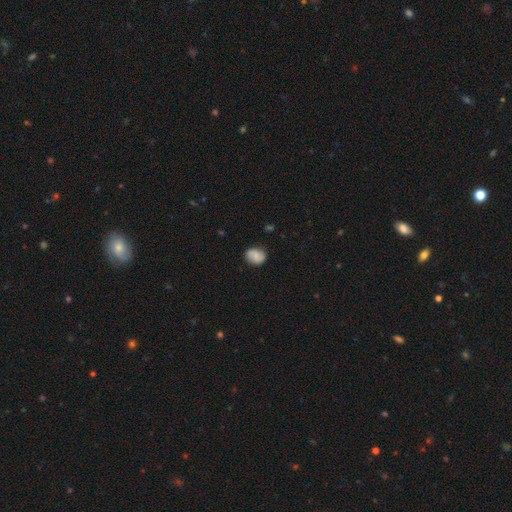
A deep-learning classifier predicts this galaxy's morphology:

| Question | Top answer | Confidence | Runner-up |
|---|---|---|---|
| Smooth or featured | smooth | 60% | featured or disk (32%) |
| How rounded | round | 51% | in between (48%) |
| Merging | none | 78% | minor disturbance (17%) |